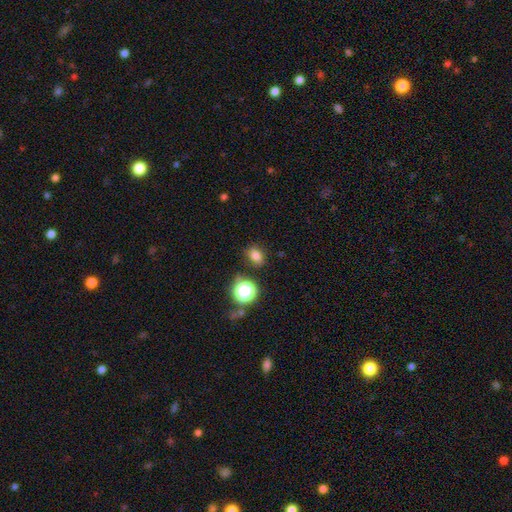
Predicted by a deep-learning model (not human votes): Overall: smooth (75%). How rounded: in between (63%; round 36%). Merging: none (81%).